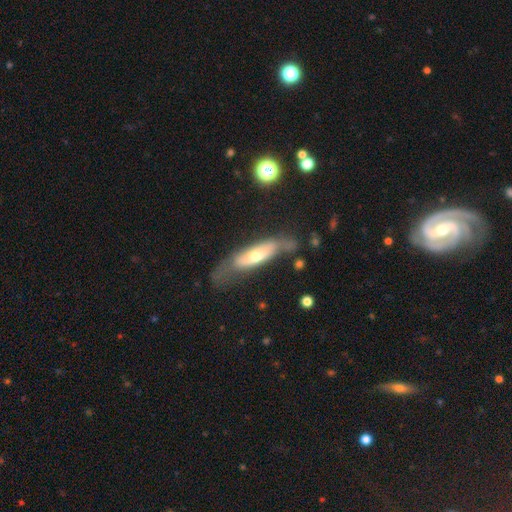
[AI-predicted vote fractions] Overall: featured or disk (54%; smooth 40%). Edge-on disk: no (54%; yes 46%). Merging: none (45%; minor disturbance 28%).